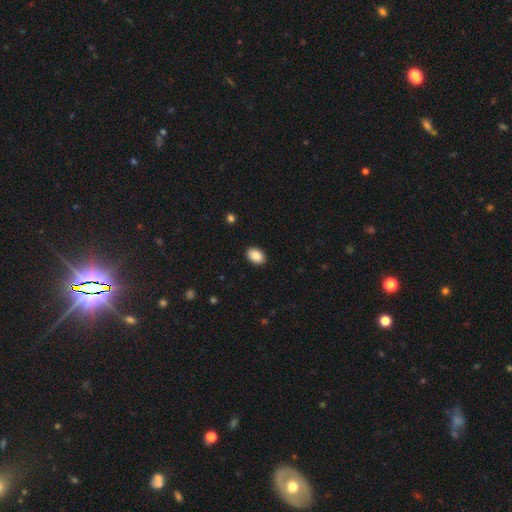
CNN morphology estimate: smooth_or_featured: smooth (p=0.89) [alt: star or artifact p=0.07]
how_rounded: in between (p=0.86) [alt: round p=0.13]
merging: none (p=0.90) [alt: minor disturbance p=0.07]